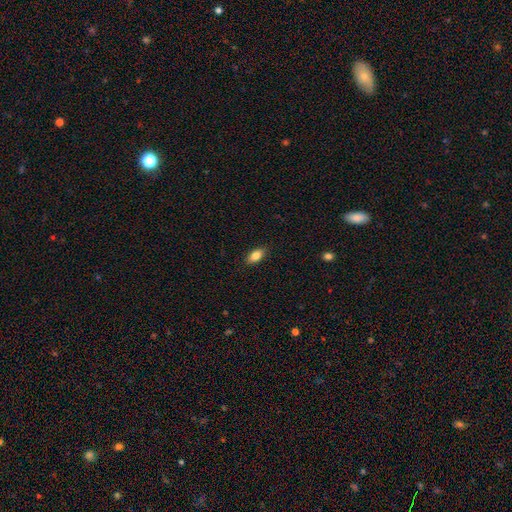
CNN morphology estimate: smooth 84%, featured or disk 9%, star or artifact 7%. Down the decision tree: how rounded — in between (89%); merging — none (88%).